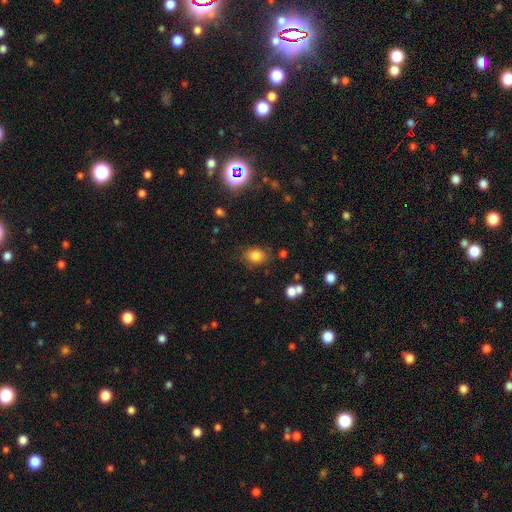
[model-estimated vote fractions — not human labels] smooth-or-featured: smooth: 81% | star or artifact: 12% | featured or disk: 7%
  how-rounded: in between: 57% | round: 42% | cigar-shaped: 1%
  merging: none: 77% | minor disturbance: 14% | major disturbance: 5% | merger: 3%